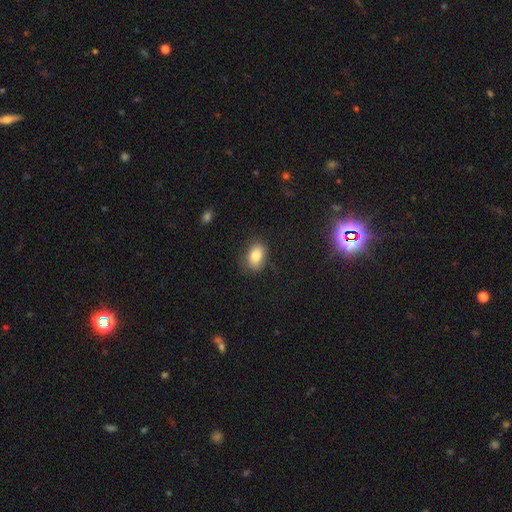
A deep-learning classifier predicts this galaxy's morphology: A smooth galaxy with no disk features (83%) that is in between round and cigar-shaped (80%). Merging: none (79%).